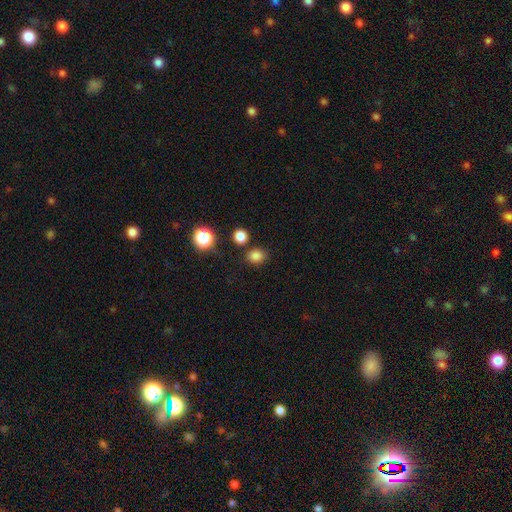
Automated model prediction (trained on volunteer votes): Smooth or featured?
  - smooth: 82% *
  - star or artifact: 15%
  - featured or disk: 4%
How rounded?
  - round: 62% *
  - in between: 37%
  - cigar-shaped: 1%
Merging?
  - none: 80% *
  - minor disturbance: 11%
  - merger: 6%
  - major disturbance: 3%